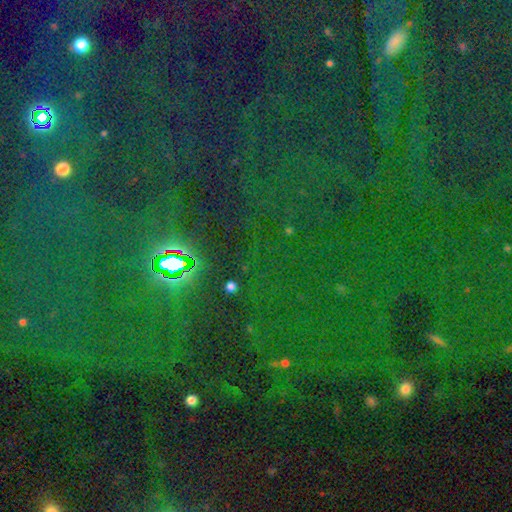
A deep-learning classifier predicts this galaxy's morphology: Smooth or featured? Predicted: star or artifact (p=0.81).